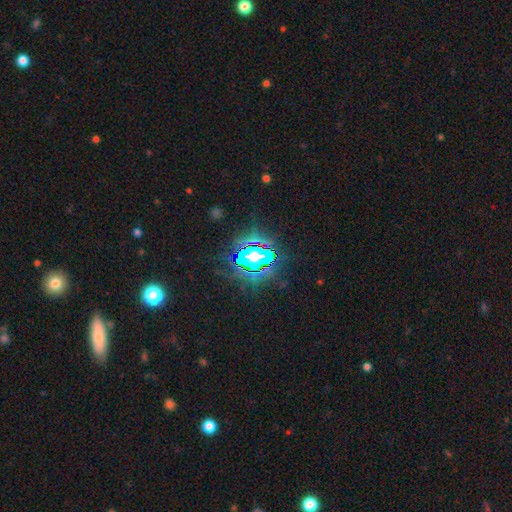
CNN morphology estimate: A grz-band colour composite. It shows a star or artifact, not a galaxy (82%).